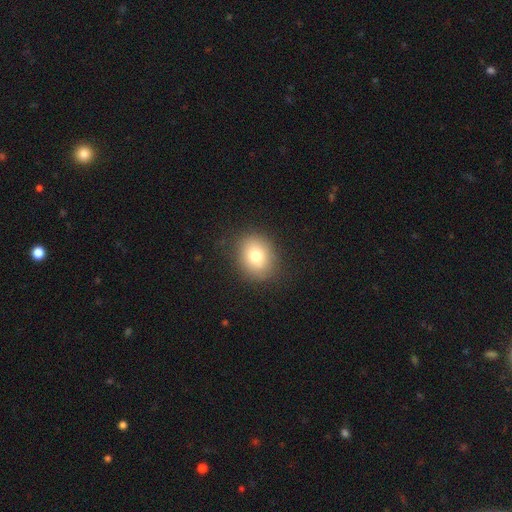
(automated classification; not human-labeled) Q: Smooth or featured?
A: smooth (77%); runner-up: featured or disk (12%)
Q: How rounded?
A: round (59%); runner-up: in between (40%)
Q: Merging?
A: none (85%); runner-up: minor disturbance (11%)